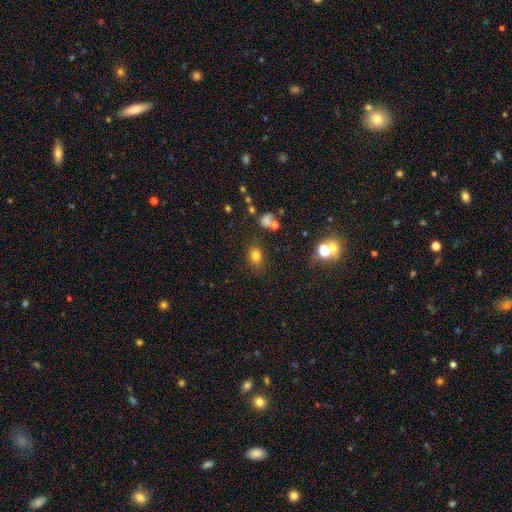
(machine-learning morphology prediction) Smooth or featured: smooth — 76% (star or artifact — 16%)
How rounded: in between — 61% (round — 37%)
Merging: none — 78% (minor disturbance — 13%)